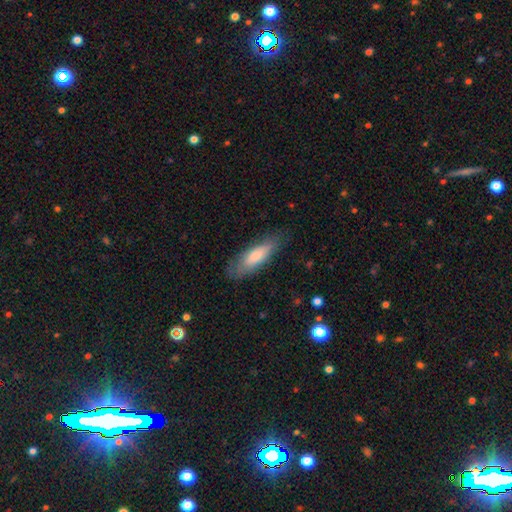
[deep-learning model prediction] A smooth galaxy with no disk features (68%) that is cigar-shaped (53%).

Vote fractions:
- Smooth or featured? smooth: 68% / featured or disk: 25% / star or artifact: 6%
- How rounded? cigar-shaped: 53% / in between: 45% / round: 2%
- Merging? none: 78% / minor disturbance: 16% / major disturbance: 4% / merger: 1%